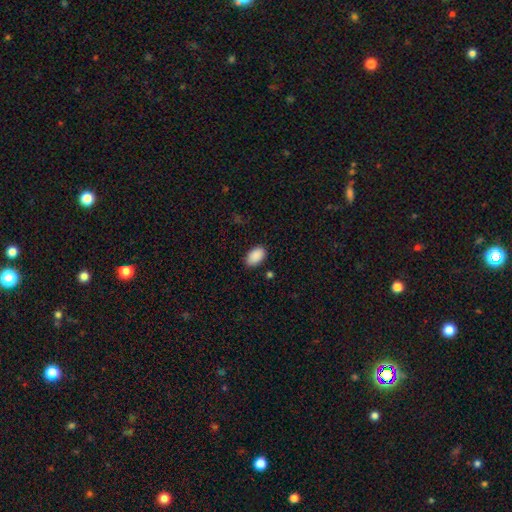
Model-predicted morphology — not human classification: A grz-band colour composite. It shows a smooth galaxy with no disk features (90%) that is in between round and cigar-shaped (93%). Merging: none (85%).